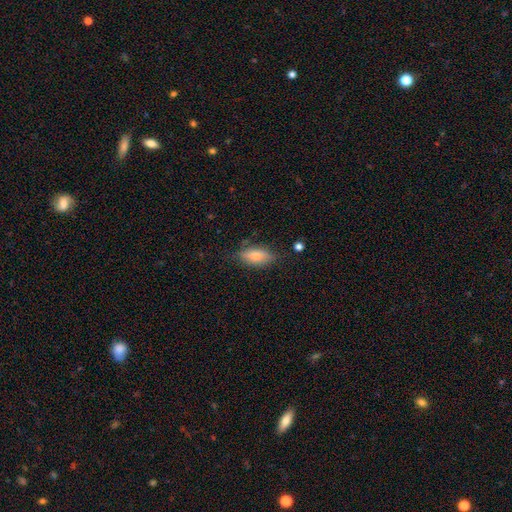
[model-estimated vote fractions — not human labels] Morphology: type=smooth (76%); roundness=in between (80%); merging=none (67%).